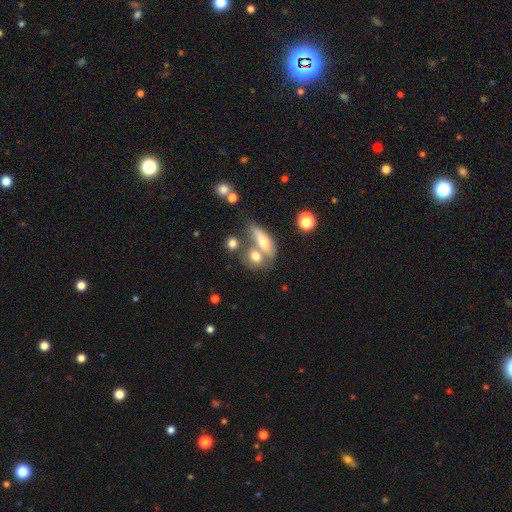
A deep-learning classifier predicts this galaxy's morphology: A smooth galaxy with no disk features (40%). Merging: merger (46%).